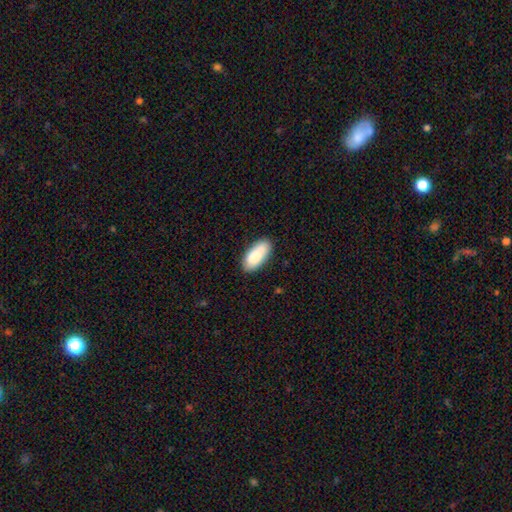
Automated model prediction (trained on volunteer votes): smooth_or_featured: smooth (p=0.87) [alt: featured or disk p=0.07]
how_rounded: in between (p=0.87) [alt: cigar-shaped p=0.11]
merging: none (p=0.83) [alt: minor disturbance p=0.13]